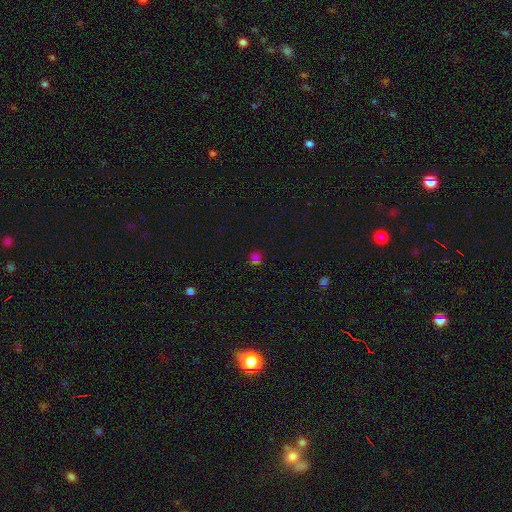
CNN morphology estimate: Q: Smooth or featured?
A: smooth (58%); runner-up: star or artifact (34%)
Q: How rounded?
A: round (81%); runner-up: in between (17%)
Q: Merging?
A: none (67%); runner-up: merger (17%)